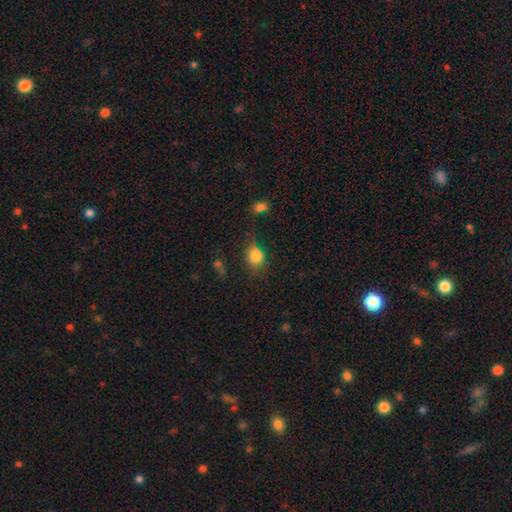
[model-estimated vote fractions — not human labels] A smooth galaxy with no disk features (82%) that is round (62%).

Vote fractions:
- Smooth or featured? smooth: 82% / star or artifact: 11% / featured or disk: 7%
- How rounded? round: 62% / in between: 37% / cigar-shaped: 1%
- Merging? none: 61% / minor disturbance: 24% / major disturbance: 9% / merger: 5%